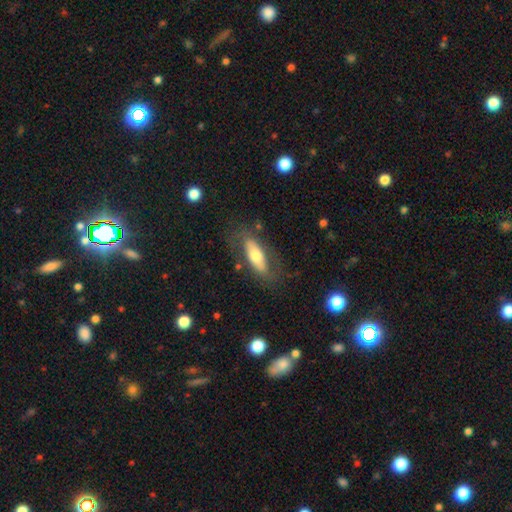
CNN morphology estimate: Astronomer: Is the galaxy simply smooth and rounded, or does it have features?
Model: smooth — 56% (runner-up: featured or disk, 38%).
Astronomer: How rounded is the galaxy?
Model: in between — 65%.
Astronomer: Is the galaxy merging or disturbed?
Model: none — 73%.